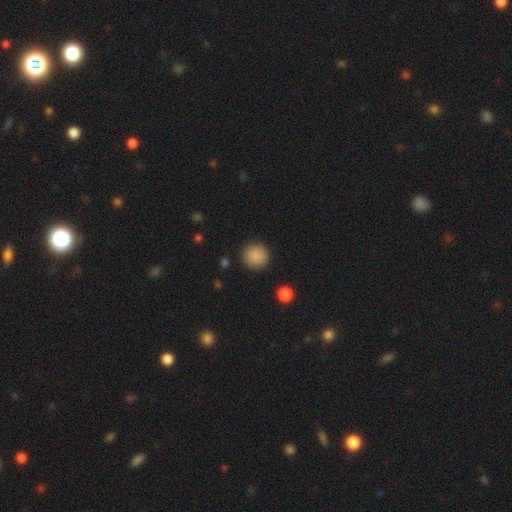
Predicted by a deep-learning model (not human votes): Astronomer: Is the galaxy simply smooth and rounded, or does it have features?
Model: smooth — 88%.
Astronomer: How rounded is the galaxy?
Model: round — 95%.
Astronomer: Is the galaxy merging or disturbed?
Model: none — 90%.